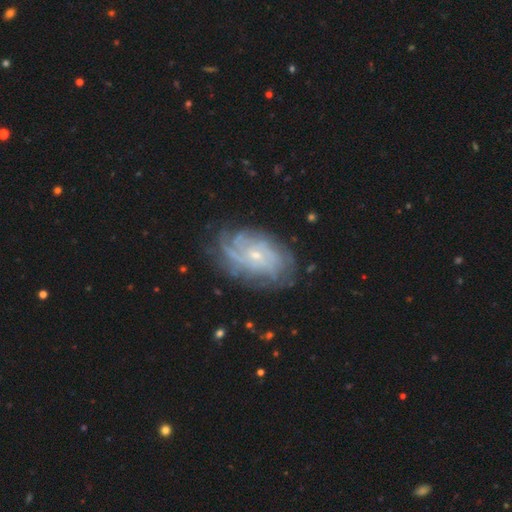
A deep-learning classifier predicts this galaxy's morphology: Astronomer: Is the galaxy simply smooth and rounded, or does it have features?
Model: featured or disk — 83%.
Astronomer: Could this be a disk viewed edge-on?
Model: no — 96%.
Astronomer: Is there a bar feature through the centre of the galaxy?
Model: no — 75%.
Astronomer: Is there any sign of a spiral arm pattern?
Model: yes — 94%.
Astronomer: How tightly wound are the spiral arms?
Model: tight — 66%.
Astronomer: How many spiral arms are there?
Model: can't tell — 39% (runner-up: 4, 17%).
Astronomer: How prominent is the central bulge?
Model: small — 79%.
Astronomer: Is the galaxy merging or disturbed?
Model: none — 73%.